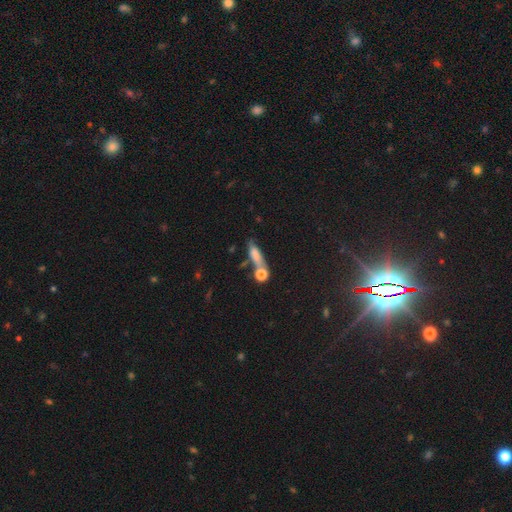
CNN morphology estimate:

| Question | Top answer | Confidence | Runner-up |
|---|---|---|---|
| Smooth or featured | smooth | 68% | featured or disk (20%) |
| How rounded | cigar-shaped | 50% | in between (40%) |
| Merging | none | 47% | merger (25%) |